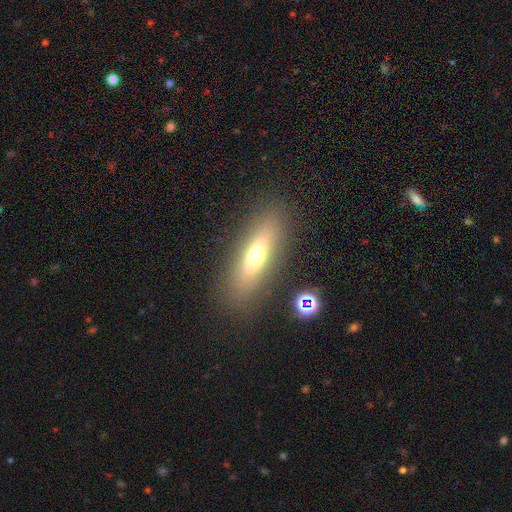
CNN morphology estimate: smooth-or-featured: smooth: 58% | featured or disk: 32% | star or artifact: 11%
  how-rounded: cigar-shaped: 53% | in between: 44% | round: 3%
  merging: none: 84% | minor disturbance: 9% | major disturbance: 4% | merger: 2%